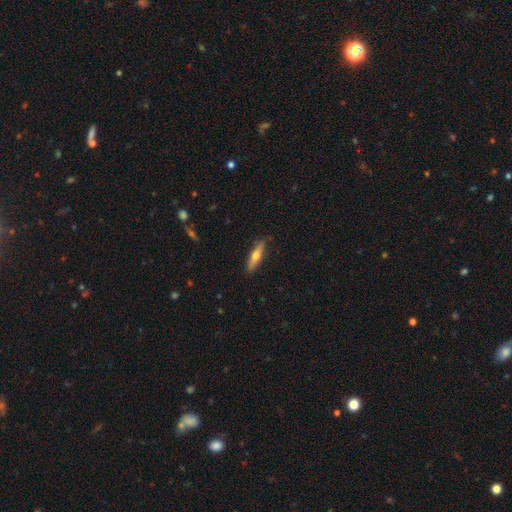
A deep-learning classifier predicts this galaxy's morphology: Smooth or featured? smooth (48%)
Merging? none (84%)